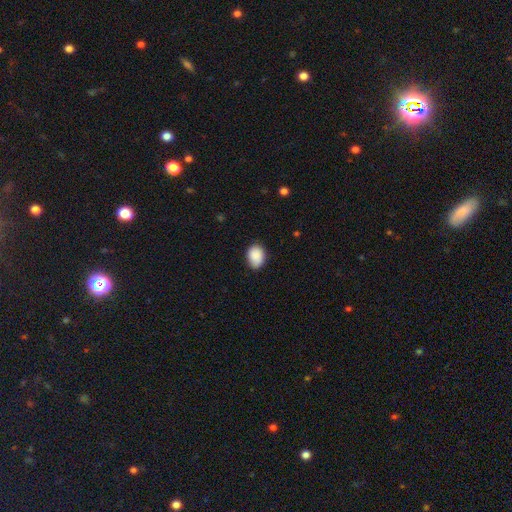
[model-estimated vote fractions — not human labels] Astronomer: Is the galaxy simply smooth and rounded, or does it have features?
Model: smooth — 87%.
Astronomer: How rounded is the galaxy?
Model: in between — 66%.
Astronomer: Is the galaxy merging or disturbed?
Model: none — 74%.